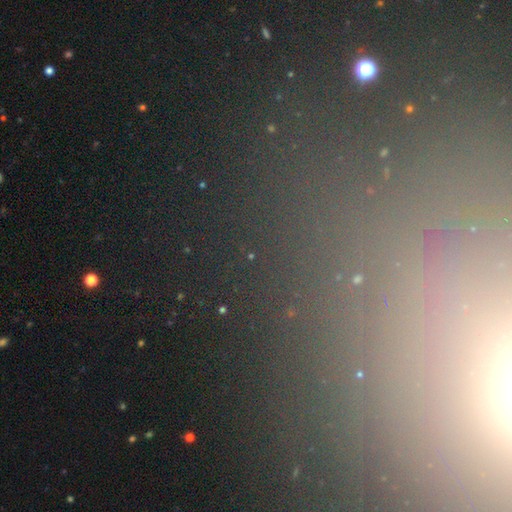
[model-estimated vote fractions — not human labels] This is likely a star or artifact rather than a galaxy (71%).